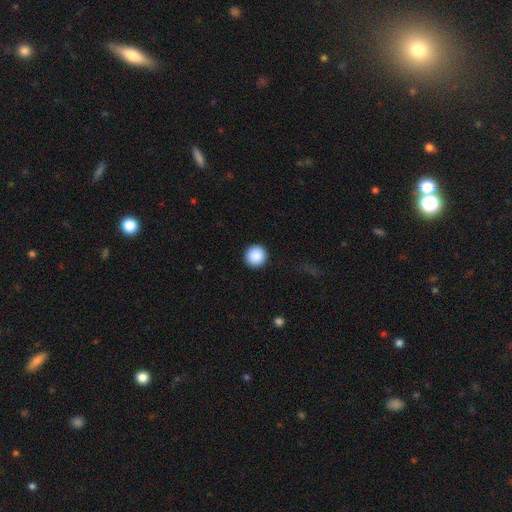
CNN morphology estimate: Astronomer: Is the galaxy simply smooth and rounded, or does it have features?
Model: smooth — 90%.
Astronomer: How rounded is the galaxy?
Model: round — 95%.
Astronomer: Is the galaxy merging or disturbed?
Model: none — 92%.